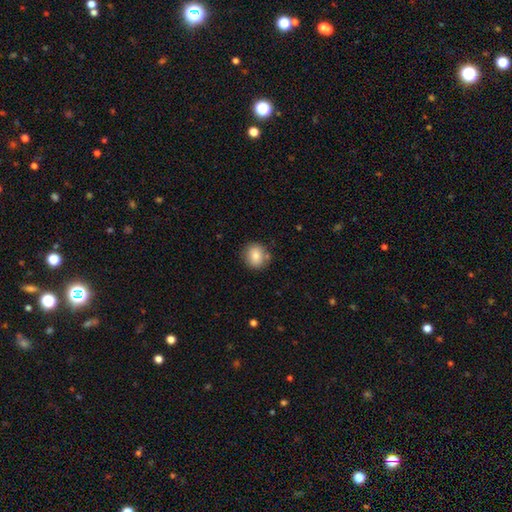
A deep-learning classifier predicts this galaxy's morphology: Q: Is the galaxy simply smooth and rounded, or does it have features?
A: smooth — 82%.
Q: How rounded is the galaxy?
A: round — 82%.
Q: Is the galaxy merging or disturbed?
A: none — 81%.